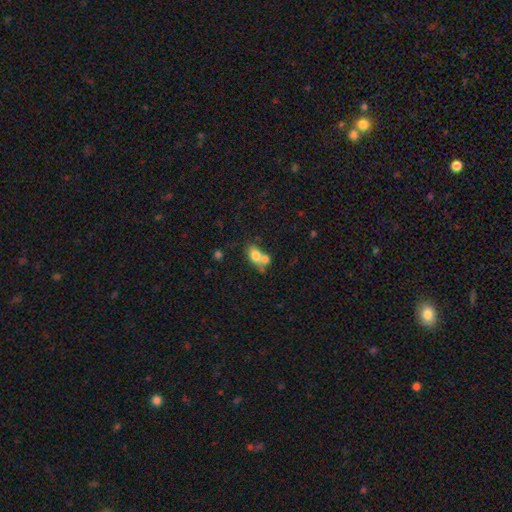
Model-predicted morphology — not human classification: Overall: smooth (73%). How rounded: in between (68%; round 30%). Merging: merger (56%; none 29%).